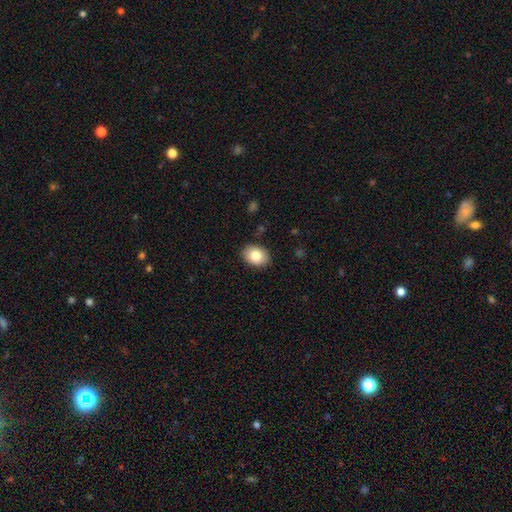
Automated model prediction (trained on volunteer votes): This is clearly a smooth galaxy (82%). How rounded: likely in between (71%). Merging: clearly none (88%).